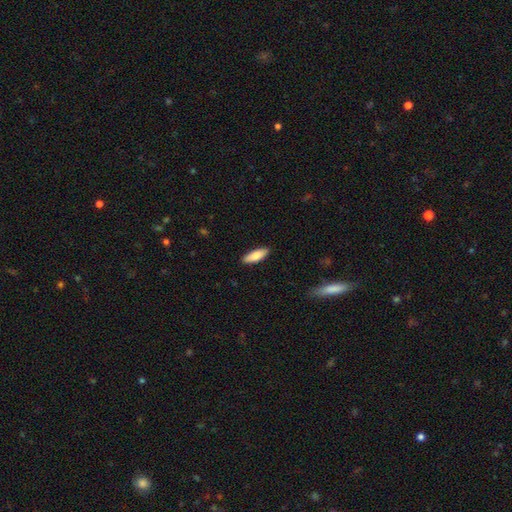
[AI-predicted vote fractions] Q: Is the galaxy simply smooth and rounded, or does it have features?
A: smooth — 83%.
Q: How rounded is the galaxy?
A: in between — 61%.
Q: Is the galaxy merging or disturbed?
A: none — 88%.